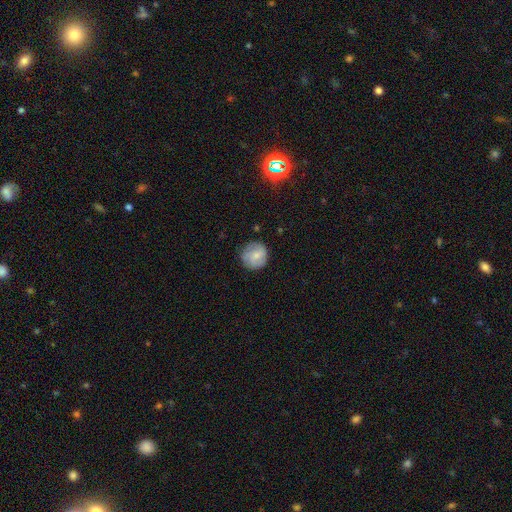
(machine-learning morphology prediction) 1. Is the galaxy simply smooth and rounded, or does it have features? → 64% smooth, 29% featured or disk, 7% star or artifact.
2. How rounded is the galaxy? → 92% round, 7% in between, 1% cigar-shaped.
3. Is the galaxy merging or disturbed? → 79% none, 16% minor disturbance, 4% major disturbance, 1% merger.